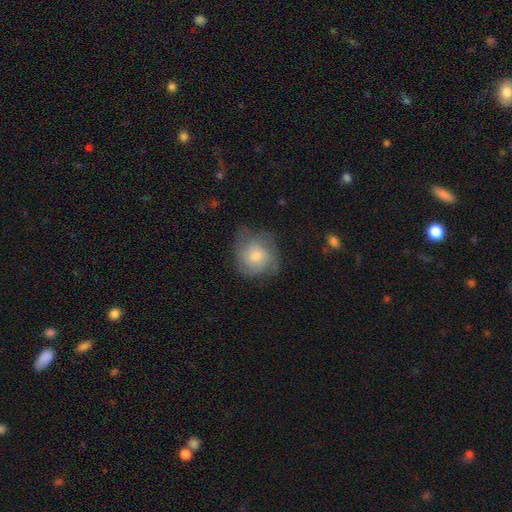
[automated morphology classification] Smooth or featured? featured or disk (46%)
Merging? none (61%)